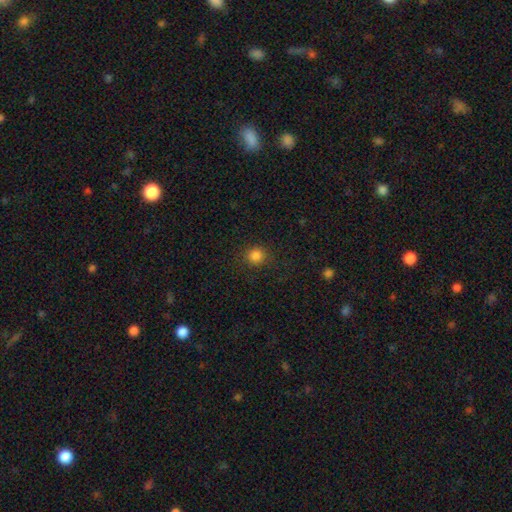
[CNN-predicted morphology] A smooth galaxy with no disk features (83%) that is round (90%). Merging: none (87%).